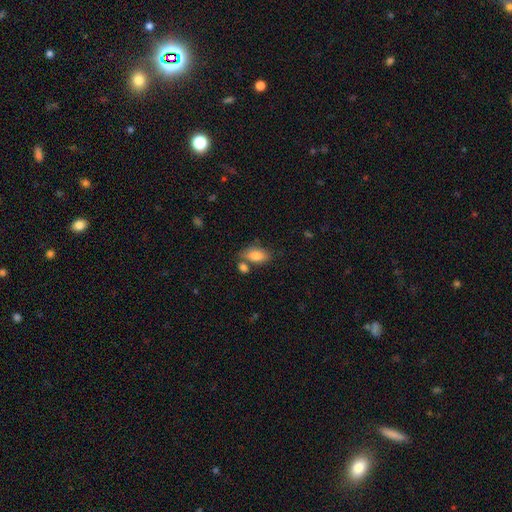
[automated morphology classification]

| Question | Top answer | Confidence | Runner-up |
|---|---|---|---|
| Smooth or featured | smooth | 83% | featured or disk (10%) |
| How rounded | in between | 90% | round (5%) |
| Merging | none | 59% | merger (21%) |